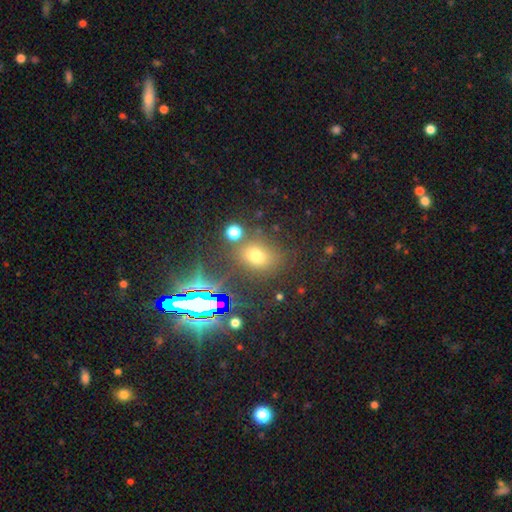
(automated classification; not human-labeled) A smooth galaxy with no disk features (61%) that is in between round and cigar-shaped (53%). Merging: none (75%).